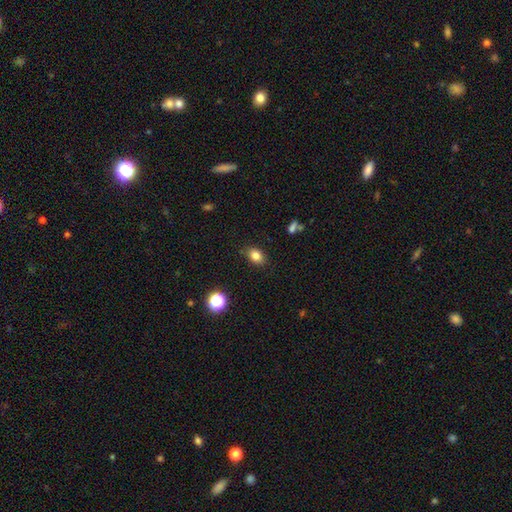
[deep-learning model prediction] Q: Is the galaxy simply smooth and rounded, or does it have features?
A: smooth — 82%.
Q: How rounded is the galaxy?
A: in between — 73%.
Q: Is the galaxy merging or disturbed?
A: none — 84%.